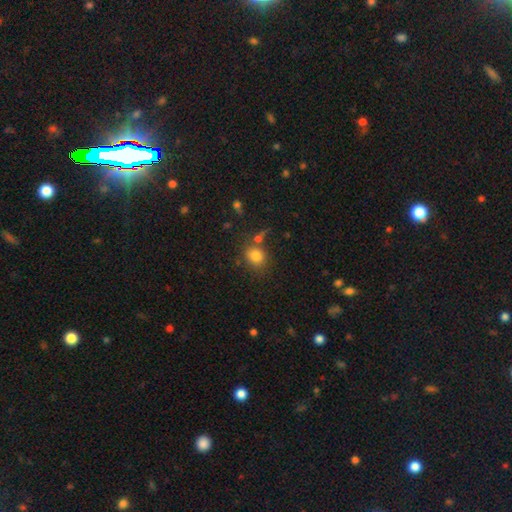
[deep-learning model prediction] Smooth or featured?
  - smooth: 81% *
  - star or artifact: 11%
  - featured or disk: 8%
How rounded?
  - round: 70% *
  - in between: 29%
  - cigar-shaped: 1%
Merging?
  - none: 67% *
  - merger: 15%
  - minor disturbance: 13%
  - major disturbance: 5%